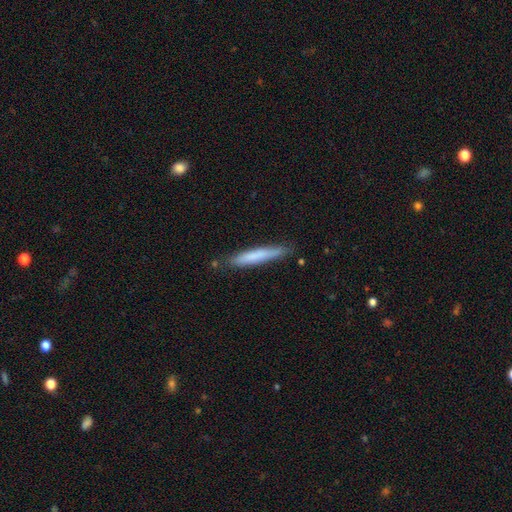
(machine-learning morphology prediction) type=smooth (72%); roundness=cigar-shaped (94%); merging=none (82%).